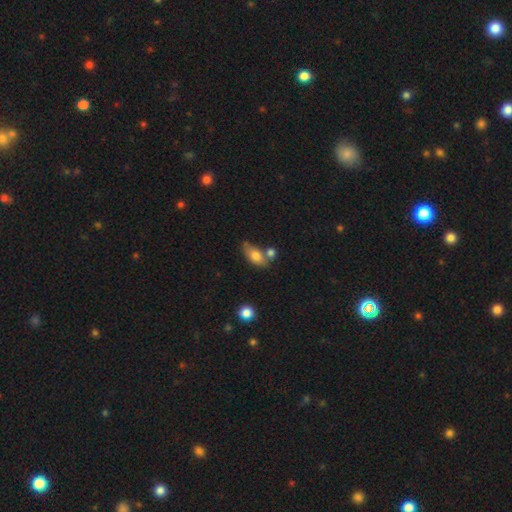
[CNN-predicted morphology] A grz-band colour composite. It shows a smooth galaxy with no disk features (78%) that is in between round and cigar-shaped (87%). Merging: none (49%).